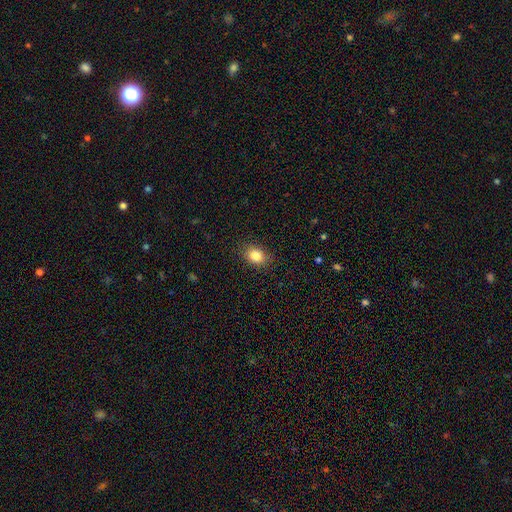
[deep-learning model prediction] The model was most divided on "how rounded": in between: 62%, round: 36%, cigar-shaped: 1%. More confident: merging — none (86%); smooth or featured — smooth (83%).